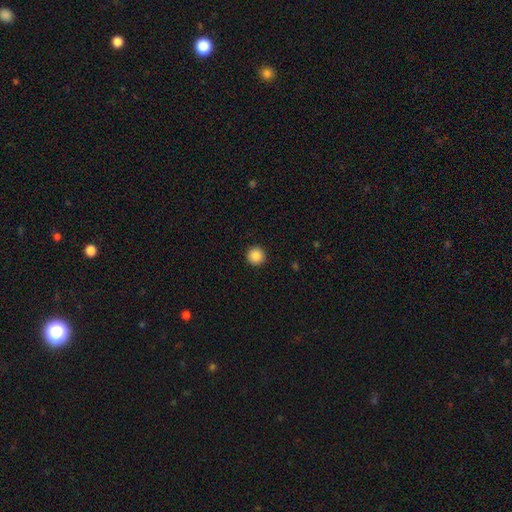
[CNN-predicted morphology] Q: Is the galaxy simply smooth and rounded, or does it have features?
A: smooth — 87%.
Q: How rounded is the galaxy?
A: round — 96%.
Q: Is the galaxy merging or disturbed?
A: none — 93%.